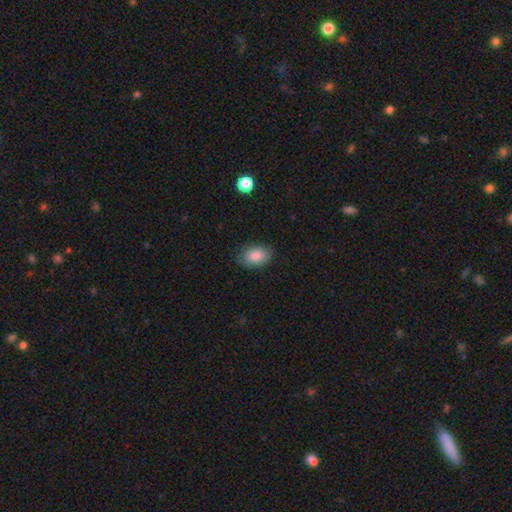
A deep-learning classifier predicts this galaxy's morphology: A smooth galaxy with no disk features (86%) that is in between round and cigar-shaped (86%). Merging: none (82%).